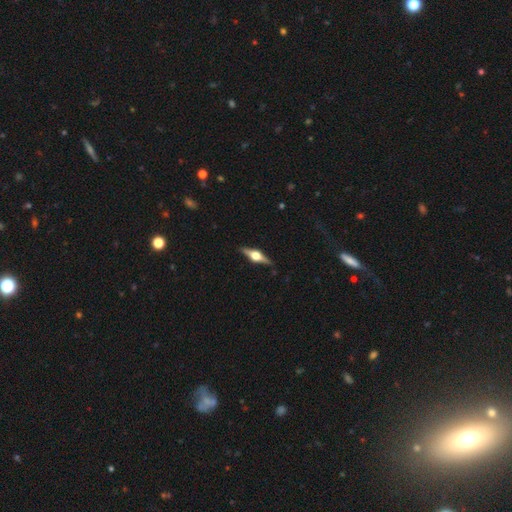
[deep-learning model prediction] smooth_or_featured: featured or disk (p=0.80) [alt: smooth p=0.15]
disk_edge_on: yes (p=0.98) [alt: no p=0.02]
edge_on_bulge: rounded (p=0.95) [alt: boxy p=0.04]
merging: none (p=0.90) [alt: minor disturbance p=0.08]